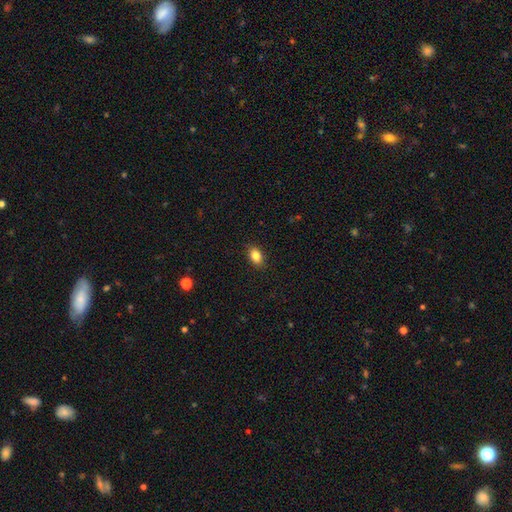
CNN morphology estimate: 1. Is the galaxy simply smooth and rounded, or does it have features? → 84% smooth, 9% star or artifact, 7% featured or disk.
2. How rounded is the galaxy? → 84% in between, 14% round, 2% cigar-shaped.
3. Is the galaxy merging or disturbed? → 88% none, 9% minor disturbance, 2% major disturbance, 1% merger.